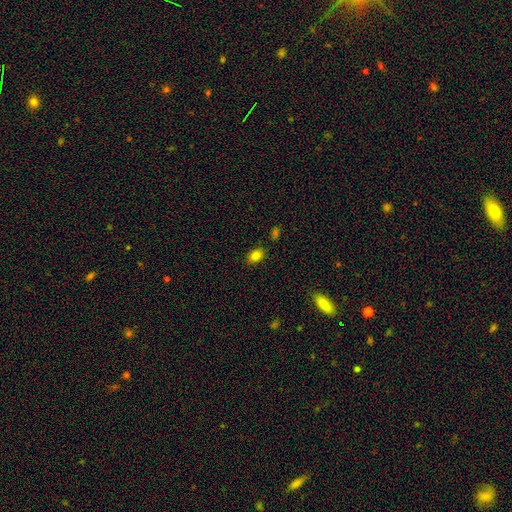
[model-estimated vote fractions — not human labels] smooth_or_featured: smooth (p=0.82) [alt: star or artifact p=0.11]
how_rounded: in between (p=0.80) [alt: round p=0.18]
merging: none (p=0.83) [alt: minor disturbance p=0.11]